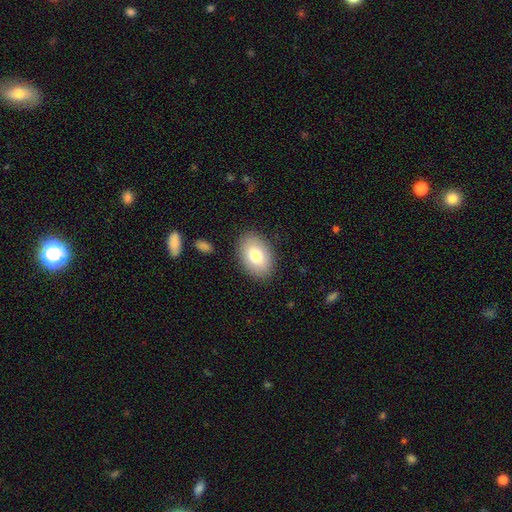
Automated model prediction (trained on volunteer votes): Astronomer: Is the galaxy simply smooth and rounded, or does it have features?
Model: smooth — 78%.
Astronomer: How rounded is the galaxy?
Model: in between — 88%.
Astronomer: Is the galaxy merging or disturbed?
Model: none — 87%.